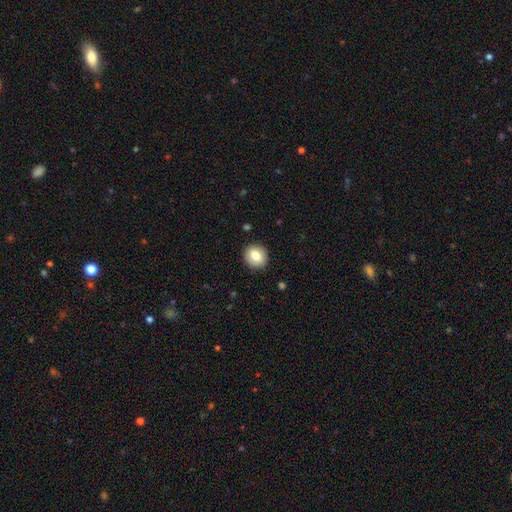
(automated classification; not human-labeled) Smooth or featured: smooth — 82% (featured or disk — 10%)
How rounded: round — 76% (in between — 23%)
Merging: none — 90% (minor disturbance — 7%)